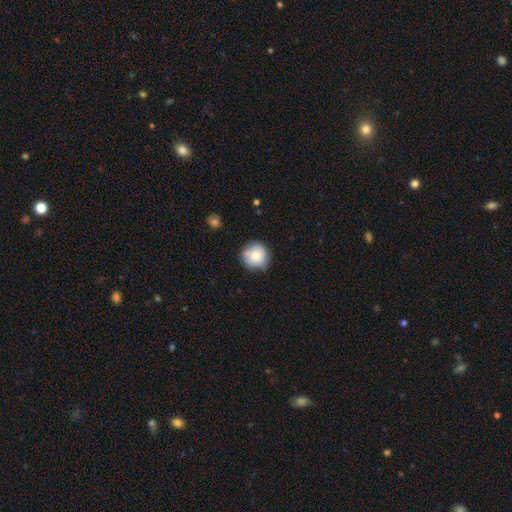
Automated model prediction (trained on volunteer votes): Morphology: type=smooth (79%); roundness=round (92%); merging=none (76%).